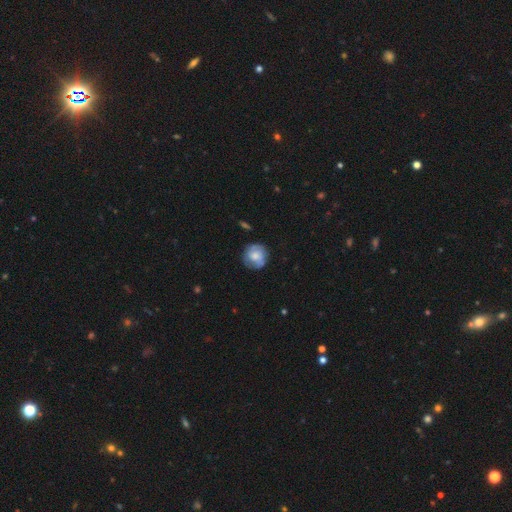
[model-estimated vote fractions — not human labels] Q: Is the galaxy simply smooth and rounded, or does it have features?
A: smooth — 59%.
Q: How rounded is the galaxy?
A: round — 88%.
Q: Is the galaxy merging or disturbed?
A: none — 74%.